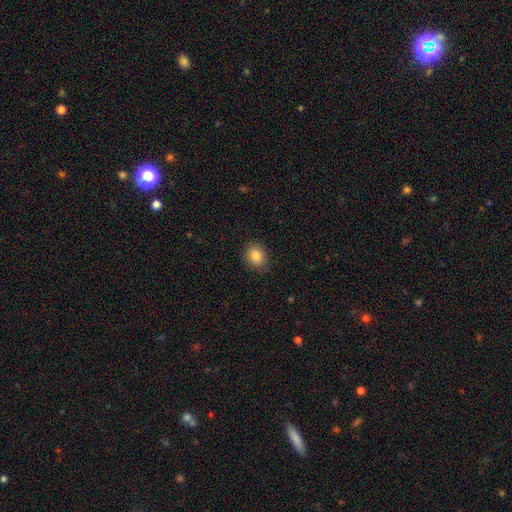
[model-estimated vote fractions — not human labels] smooth_or_featured: smooth (p=0.86) [alt: star or artifact p=0.09]
how_rounded: round (p=0.55) [alt: in between p=0.44]
merging: none (p=0.87) [alt: minor disturbance p=0.10]